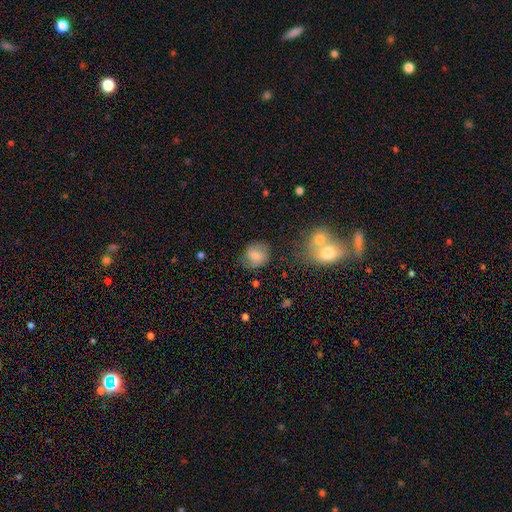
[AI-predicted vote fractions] Smooth or featured?
  - smooth: 72% *
  - featured or disk: 18%
  - star or artifact: 9%
How rounded?
  - round: 69% *
  - in between: 30%
  - cigar-shaped: 1%
Merging?
  - none: 69% *
  - minor disturbance: 19%
  - major disturbance: 7%
  - merger: 4%